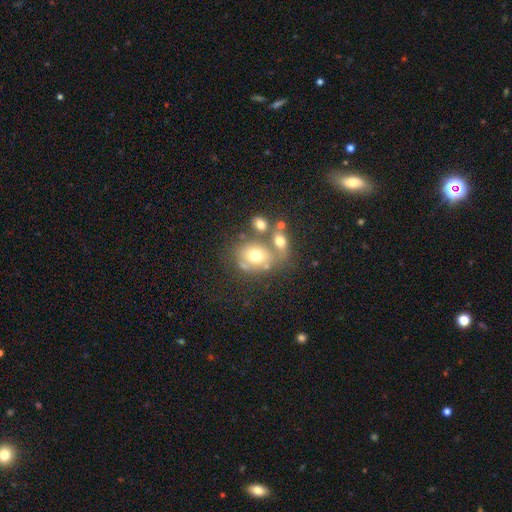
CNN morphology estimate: A smooth galaxy with no disk features (65%) that is round (52%). Merging: none (43%).